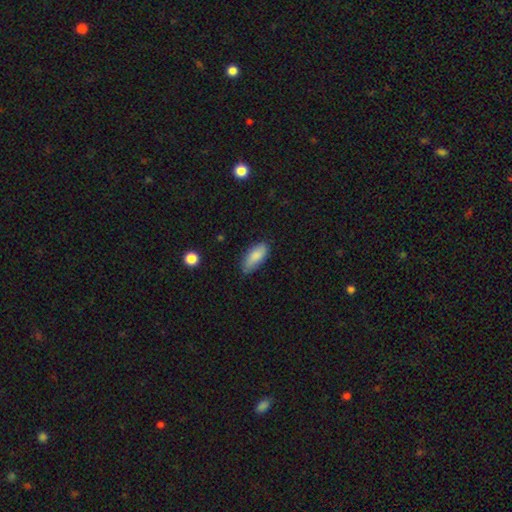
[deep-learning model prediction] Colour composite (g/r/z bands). It shows a smooth galaxy with no disk features (85%) that is in between round and cigar-shaped (85%). Merging: none (73%).